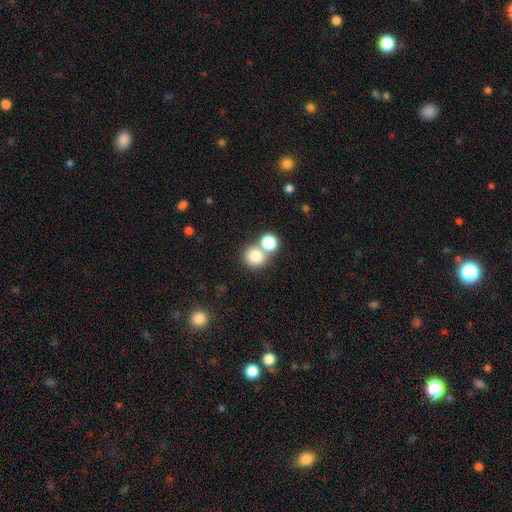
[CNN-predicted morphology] This is likely a smooth galaxy (80%). How rounded: clearly round (87%). Merging: possibly none (55%).